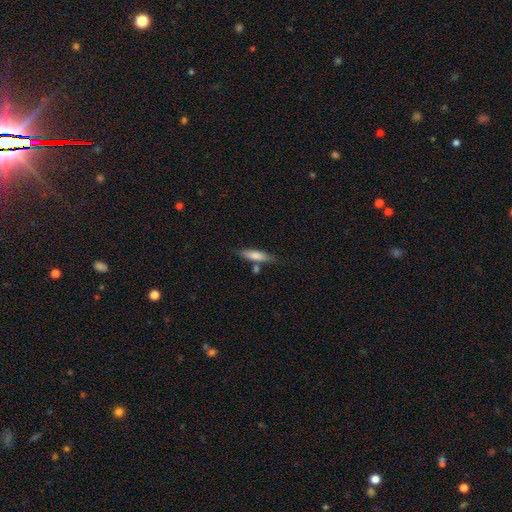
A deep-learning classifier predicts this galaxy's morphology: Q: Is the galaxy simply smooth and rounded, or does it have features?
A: smooth — 75%.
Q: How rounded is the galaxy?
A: cigar-shaped — 67%.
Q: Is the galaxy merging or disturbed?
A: none — 71%.